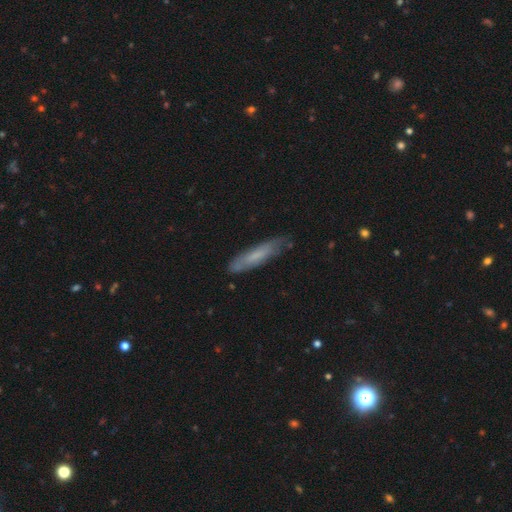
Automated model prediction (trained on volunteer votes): Overall: smooth (59%; featured or disk 34%). How rounded: cigar-shaped (82%). Merging: none (75%).